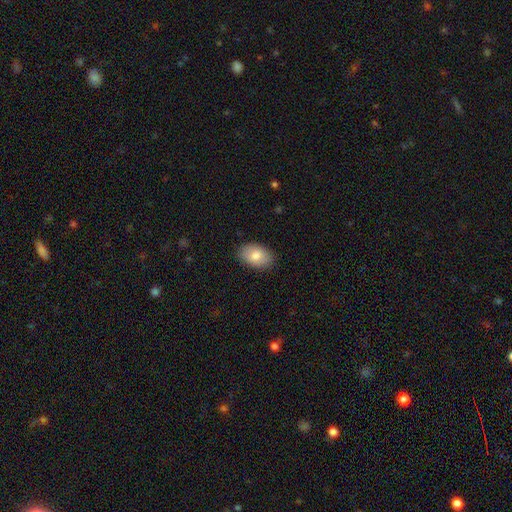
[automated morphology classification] Smooth or featured?
  - smooth: 80% *
  - featured or disk: 13%
  - star or artifact: 7%
How rounded?
  - in between: 88% *
  - round: 11%
  - cigar-shaped: 1%
Merging?
  - none: 87% *
  - minor disturbance: 10%
  - major disturbance: 2%
  - merger: 1%